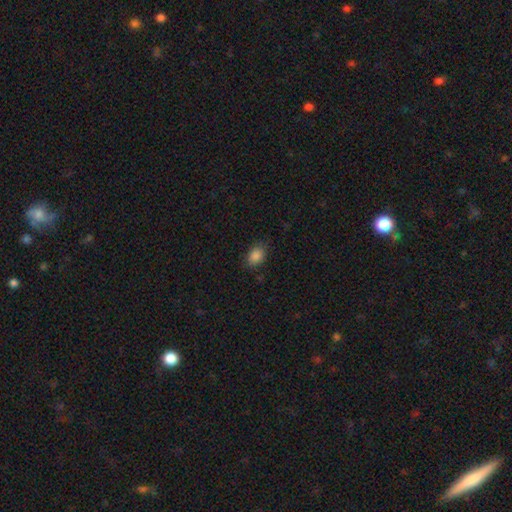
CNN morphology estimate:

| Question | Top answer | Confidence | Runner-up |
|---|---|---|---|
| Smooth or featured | smooth | 86% | star or artifact (10%) |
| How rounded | in between | 76% | round (23%) |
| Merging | none | 80% | minor disturbance (15%) |